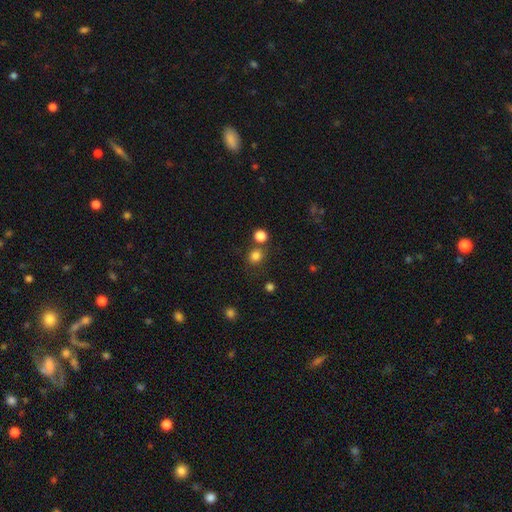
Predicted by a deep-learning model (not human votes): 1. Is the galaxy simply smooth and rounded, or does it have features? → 81% smooth, 14% star or artifact, 5% featured or disk.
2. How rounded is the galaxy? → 85% round, 14% in between, 1% cigar-shaped.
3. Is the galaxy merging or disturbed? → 74% none, 13% merger, 9% minor disturbance, 3% major disturbance.